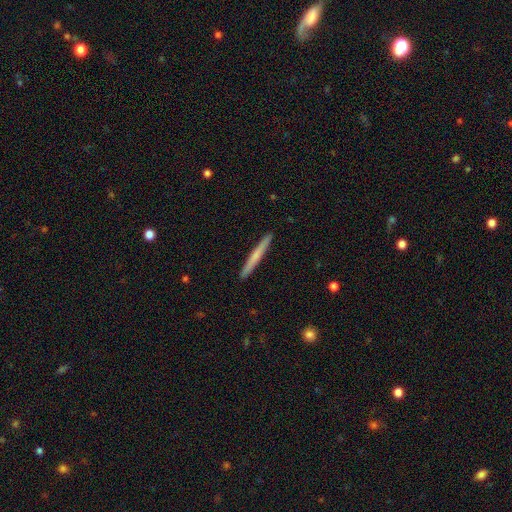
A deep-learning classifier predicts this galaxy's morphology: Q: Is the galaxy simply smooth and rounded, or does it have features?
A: smooth — 55%.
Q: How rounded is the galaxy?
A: cigar-shaped — 97%.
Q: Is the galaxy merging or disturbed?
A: none — 93%.